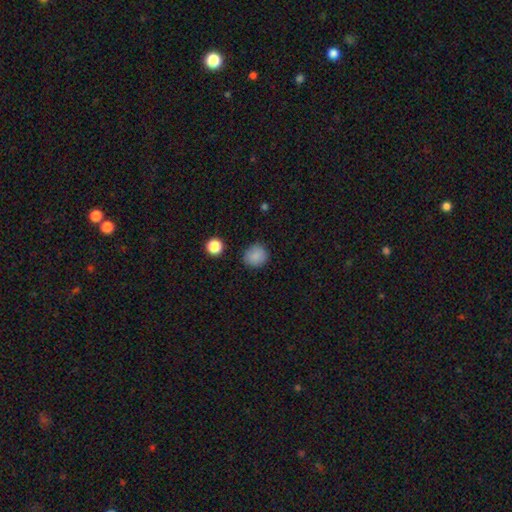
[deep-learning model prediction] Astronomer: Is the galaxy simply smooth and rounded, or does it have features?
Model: smooth — 86%.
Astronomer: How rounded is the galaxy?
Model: round — 88%.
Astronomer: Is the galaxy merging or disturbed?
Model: none — 87%.